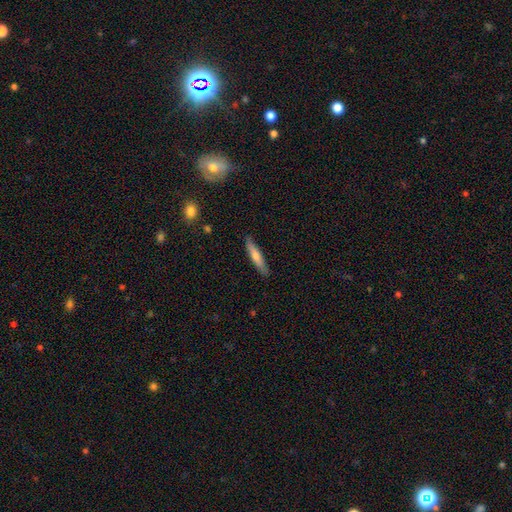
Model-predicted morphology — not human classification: This appears to be a smooth galaxy with no disk features (68%) that is cigar-shaped (89%). Merging: none (88%).